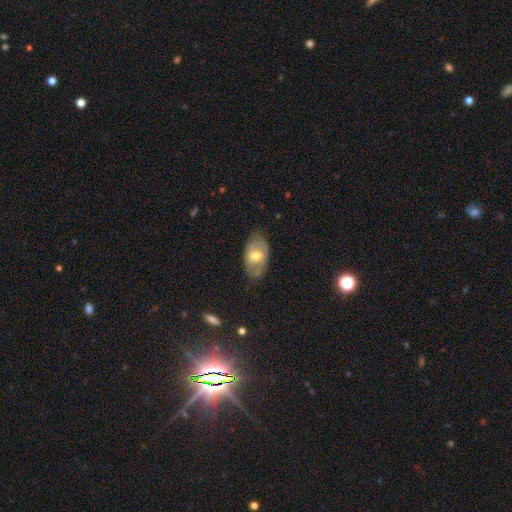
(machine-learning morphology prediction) This appears to be a featured or disk galaxy (52%). Merging: none (67%).